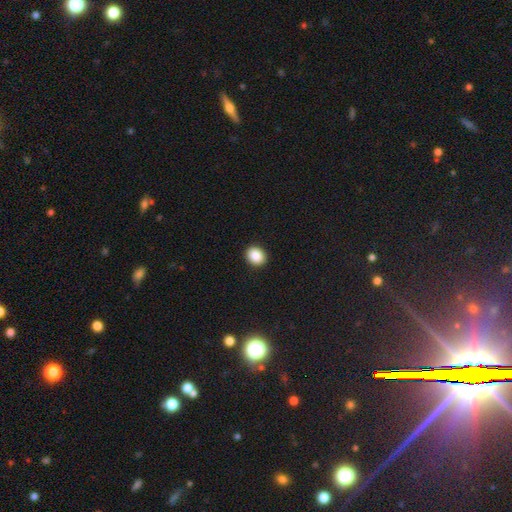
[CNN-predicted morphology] Smooth or featured: smooth — 88% (star or artifact — 8%)
How rounded: round — 59% (in between — 40%)
Merging: none — 92% (minor disturbance — 6%)